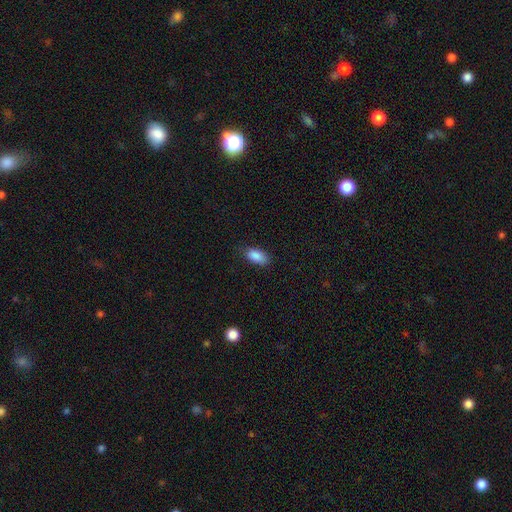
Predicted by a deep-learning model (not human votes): smooth-or-featured: smooth: 88% | star or artifact: 8% | featured or disk: 4%
  how-rounded: in between: 91% | cigar-shaped: 6% | round: 3%
  merging: none: 80% | minor disturbance: 15% | major disturbance: 3% | merger: 1%